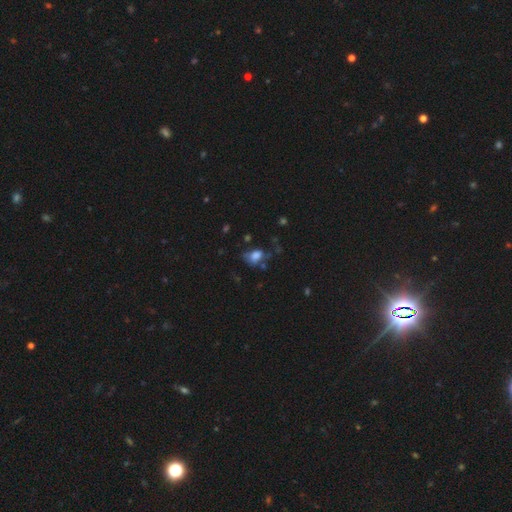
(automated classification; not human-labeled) This appears to be a smooth galaxy with no disk features (68%) that is in between round and cigar-shaped (73%). Merging: none (35%).